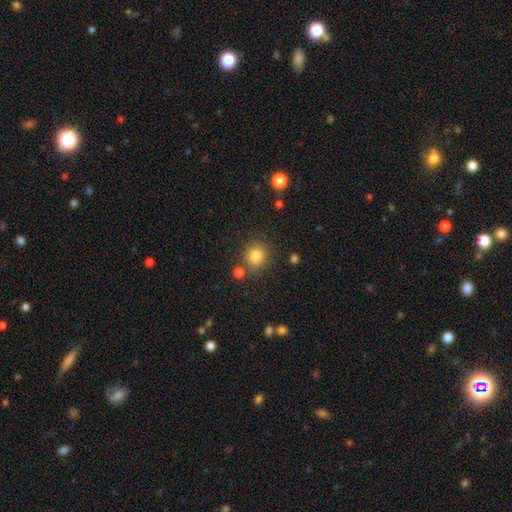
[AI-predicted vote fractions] Smooth or featured: smooth — 83% (star or artifact — 11%)
How rounded: round — 83% (in between — 16%)
Merging: none — 80% (minor disturbance — 10%)